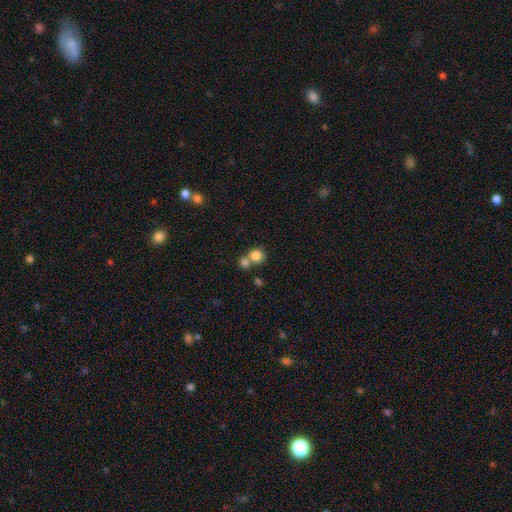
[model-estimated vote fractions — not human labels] smooth-or-featured: smooth: 81% | star or artifact: 10% | featured or disk: 9%
  how-rounded: round: 85% | in between: 14% | cigar-shaped: 1%
  merging: merger: 46% | none: 44% | minor disturbance: 7% | major disturbance: 3%